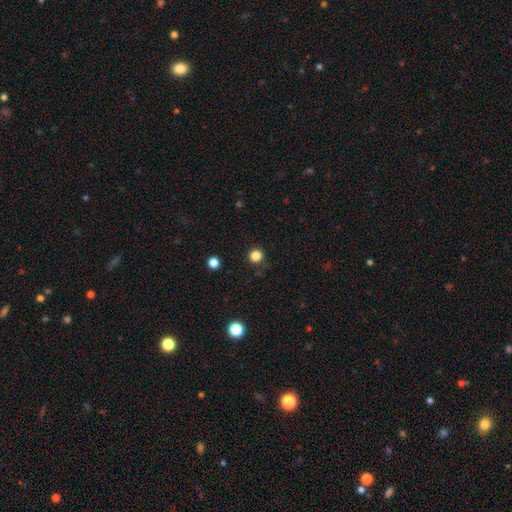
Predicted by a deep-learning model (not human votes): Q: Smooth or featured?
A: smooth (84%); runner-up: star or artifact (13%)
Q: How rounded?
A: round (93%); runner-up: in between (6%)
Q: Merging?
A: none (89%); runner-up: minor disturbance (7%)